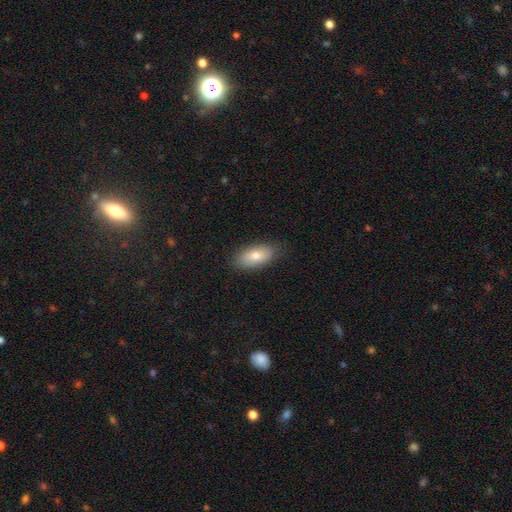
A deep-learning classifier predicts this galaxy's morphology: smooth-or-featured: smooth: 77% | featured or disk: 16% | star or artifact: 7%
  how-rounded: in between: 89% | cigar-shaped: 7% | round: 4%
  merging: none: 85% | minor disturbance: 12% | major disturbance: 2% | merger: 1%